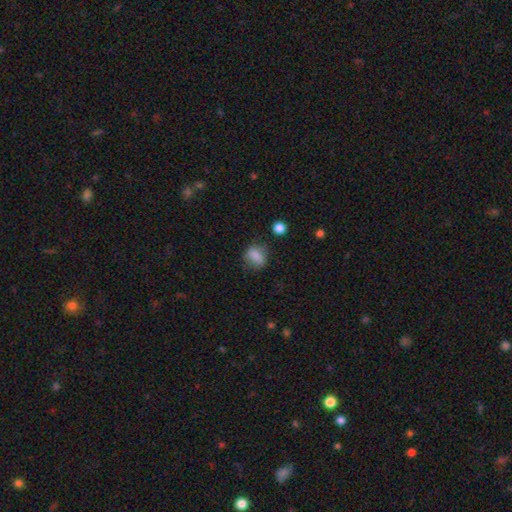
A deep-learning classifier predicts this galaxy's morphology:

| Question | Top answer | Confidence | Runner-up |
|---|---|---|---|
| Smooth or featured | smooth | 81% | star or artifact (11%) |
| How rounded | in between | 54% | round (43%) |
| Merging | none | 68% | minor disturbance (21%) |